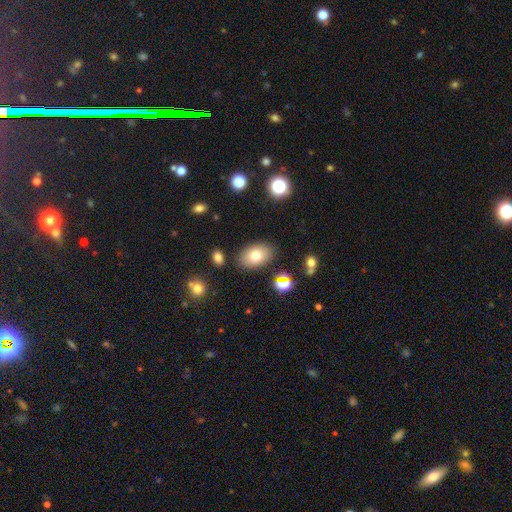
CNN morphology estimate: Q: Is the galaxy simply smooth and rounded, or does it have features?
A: smooth — 74%.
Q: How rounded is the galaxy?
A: in between — 87%.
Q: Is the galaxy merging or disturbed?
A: none — 83%.